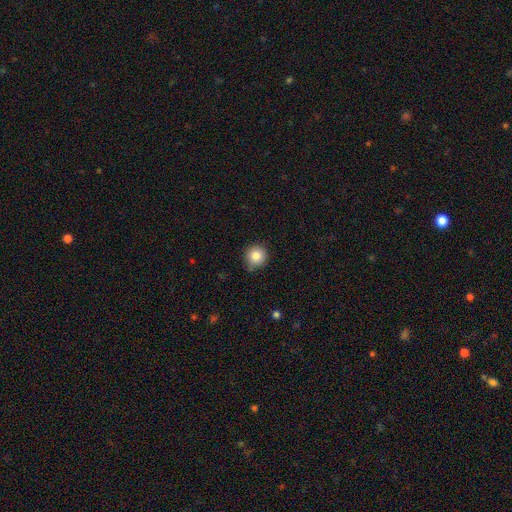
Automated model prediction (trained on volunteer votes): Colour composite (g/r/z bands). It shows a smooth galaxy with no disk features (83%) that is round (94%). Merging: none (81%).